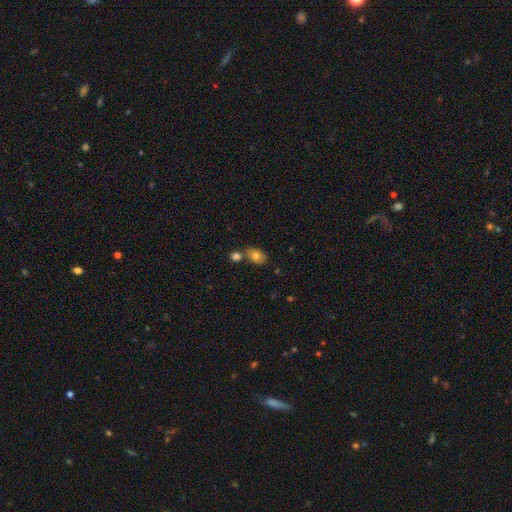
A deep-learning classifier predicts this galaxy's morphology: Smooth or featured? smooth (78%)
How rounded? in between (65%)
Merging? none (55%)